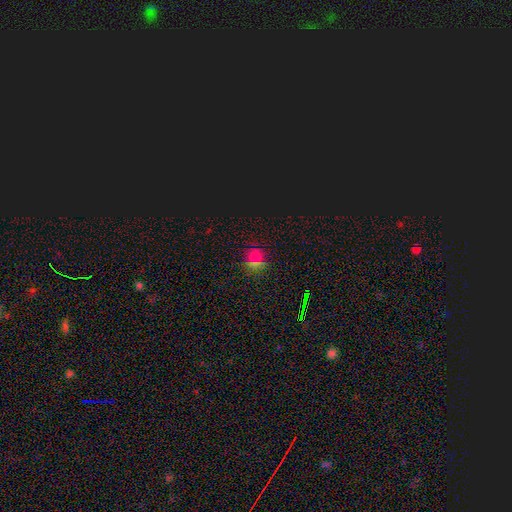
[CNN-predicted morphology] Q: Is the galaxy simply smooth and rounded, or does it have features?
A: smooth — 52%.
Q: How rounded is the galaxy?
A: round — 88%.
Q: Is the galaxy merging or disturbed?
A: none — 83%.